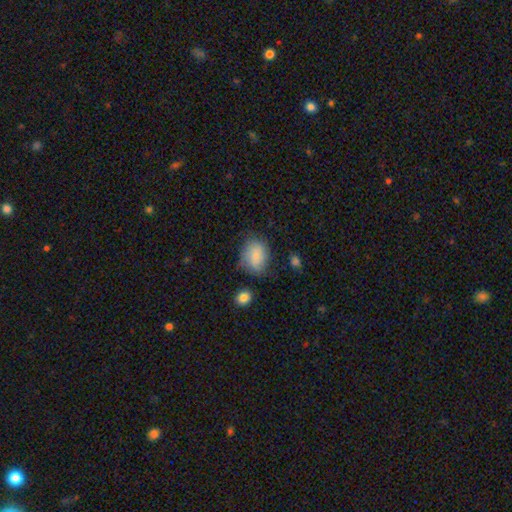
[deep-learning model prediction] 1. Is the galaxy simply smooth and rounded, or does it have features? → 77% smooth, 15% featured or disk, 8% star or artifact.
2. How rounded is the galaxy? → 58% in between, 41% round, 1% cigar-shaped.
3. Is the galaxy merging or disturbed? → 59% none, 28% minor disturbance, 9% major disturbance, 4% merger.